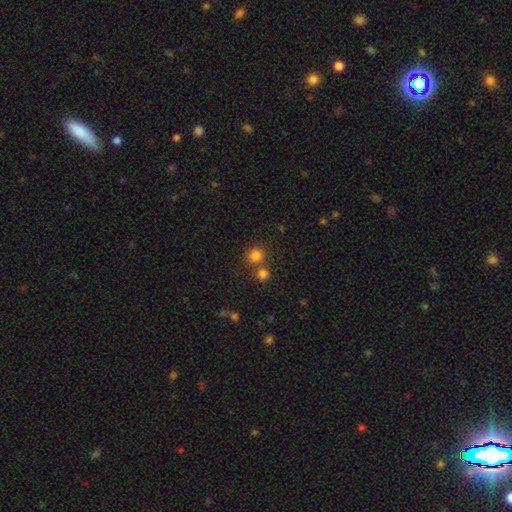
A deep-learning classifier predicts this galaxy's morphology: Overall: smooth (80%). How rounded: round (90%). Merging: none (65%; merger 25%).